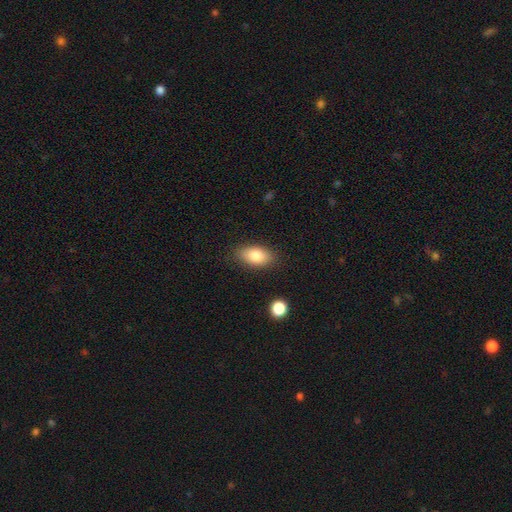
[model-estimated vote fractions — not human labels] The model was most divided on "smooth or featured": smooth: 82%, featured or disk: 11%, star or artifact: 7%. More confident: how rounded — in between (91%); merging — none (85%).